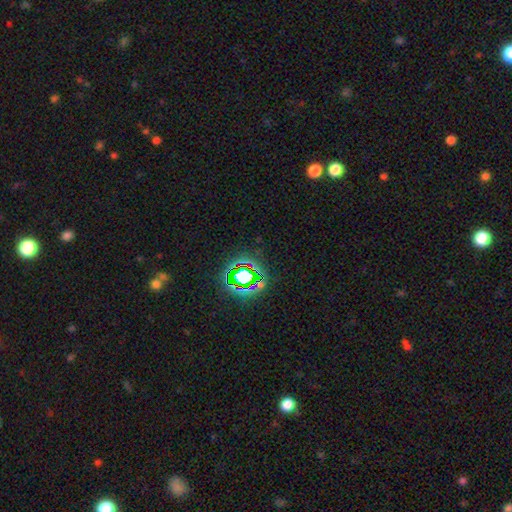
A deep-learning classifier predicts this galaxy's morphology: type=star or artifact (75%).